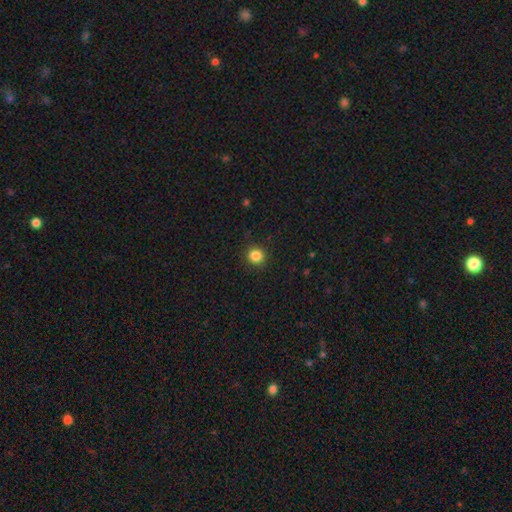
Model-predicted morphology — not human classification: Smooth or featured: smooth — 85% (star or artifact — 11%)
How rounded: round — 90% (in between — 9%)
Merging: none — 90% (minor disturbance — 7%)